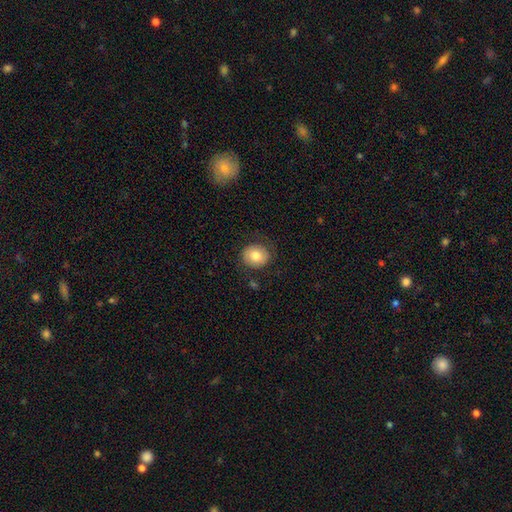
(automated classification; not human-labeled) This is likely a smooth galaxy (78%). How rounded: likely round (77%). Merging: clearly none (81%).